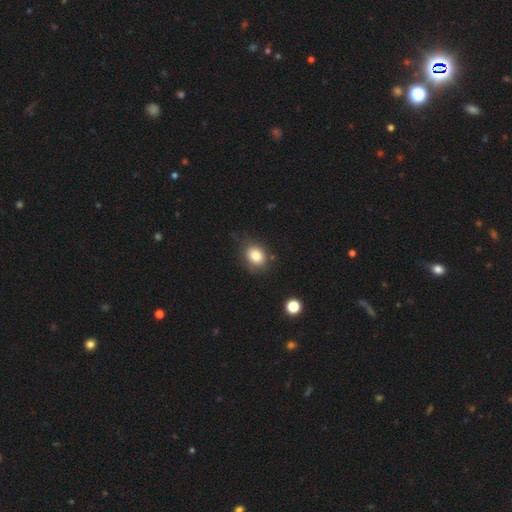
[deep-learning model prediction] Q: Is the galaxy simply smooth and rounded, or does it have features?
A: smooth — 83%.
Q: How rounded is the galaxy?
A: in between — 53%.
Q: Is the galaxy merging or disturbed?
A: none — 76%.